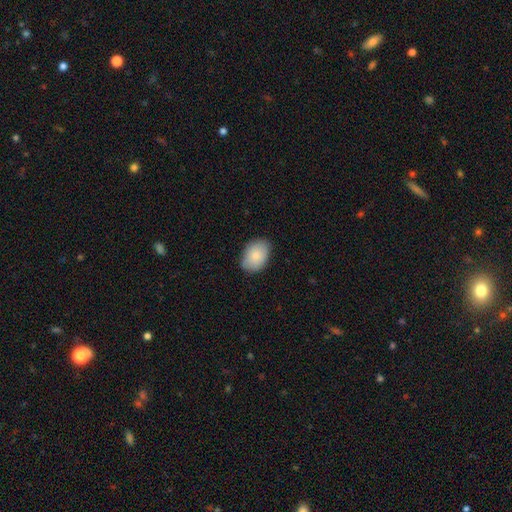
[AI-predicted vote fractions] Overall: smooth (84%). How rounded: in between (82%). Merging: none (81%).